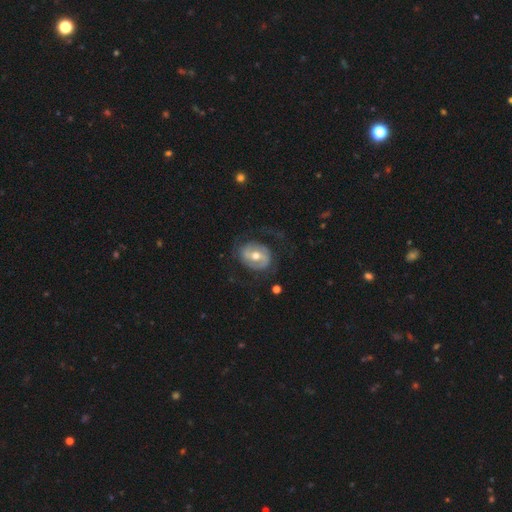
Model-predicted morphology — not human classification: Q: Smooth or featured?
A: featured or disk (70%); runner-up: smooth (24%)
Q: Edge-on disk?
A: no (96%); runner-up: yes (4%)
Q: Bar?
A: weak (43%); runner-up: strong (34%)
Q: Spiral arms?
A: yes (70%); runner-up: no (30%)
Q: Bulge size?
A: moderate (75%); runner-up: small (18%)
Q: Merging?
A: none (65%); runner-up: minor disturbance (17%)